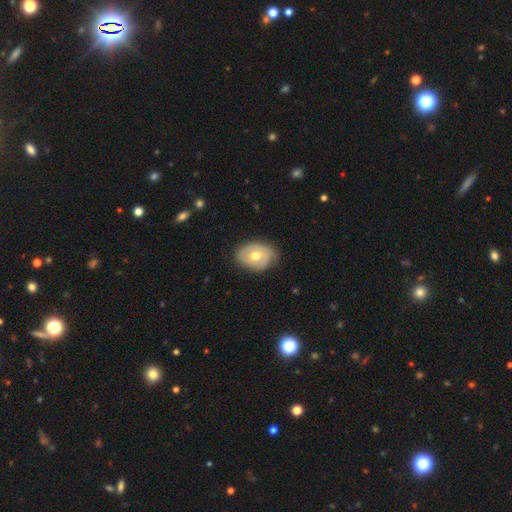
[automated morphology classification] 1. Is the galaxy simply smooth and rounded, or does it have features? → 50% smooth, 44% featured or disk, 6% star or artifact.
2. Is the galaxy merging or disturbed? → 71% none, 23% minor disturbance, 5% major disturbance, 1% merger.